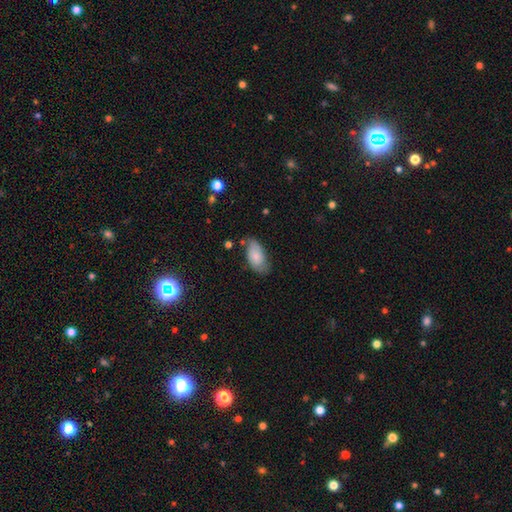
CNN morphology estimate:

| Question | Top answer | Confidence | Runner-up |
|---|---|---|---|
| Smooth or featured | smooth | 78% | featured or disk (16%) |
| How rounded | in between | 94% | cigar-shaped (3%) |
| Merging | none | 63% | minor disturbance (27%) |